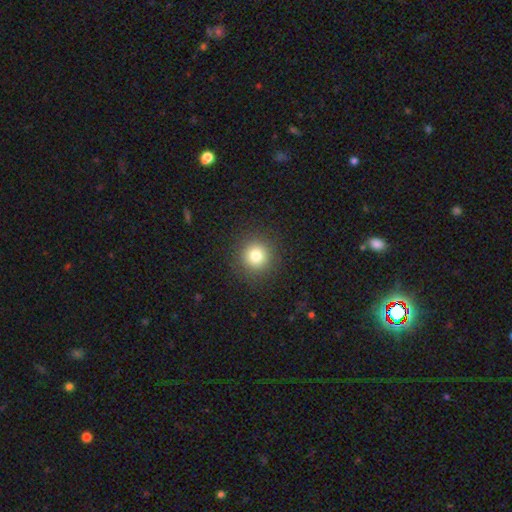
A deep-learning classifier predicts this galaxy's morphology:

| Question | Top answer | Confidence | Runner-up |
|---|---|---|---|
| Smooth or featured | smooth | 80% | star or artifact (13%) |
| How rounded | round | 94% | in between (5%) |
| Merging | none | 90% | minor disturbance (6%) |